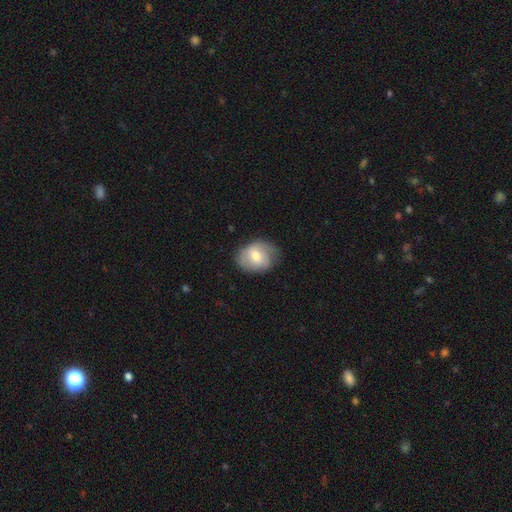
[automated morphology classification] smooth 57%, featured or disk 36%, star or artifact 7%. Down the decision tree: how rounded — in between (59%); merging — none (63%).